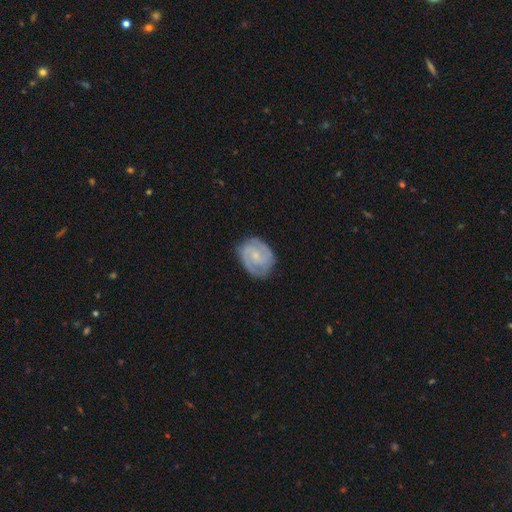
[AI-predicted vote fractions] Smooth or featured? Predicted: featured or disk (p=0.83). Edge-on disk? Predicted: no (p=0.98). Bar? Predicted: no (p=0.51). Spiral arms? Predicted: yes (p=0.96). Spiral winding? Predicted: tight (p=0.53). Spiral arm count? Predicted: 2 (p=0.79). Bulge size? Predicted: small (p=0.70). Merging? Predicted: none (p=0.81).